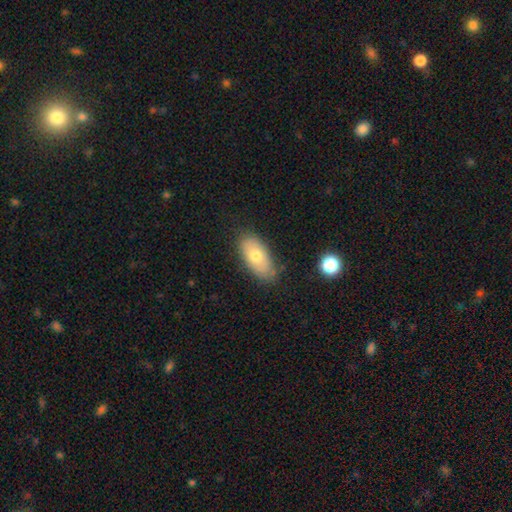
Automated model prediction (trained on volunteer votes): This appears to be a smooth galaxy with no disk features (70%) that is in between round and cigar-shaped (90%). Merging: none (76%).